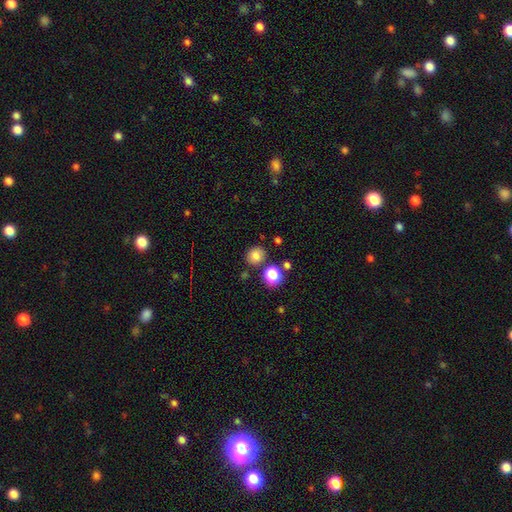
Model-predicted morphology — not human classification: Smooth or featured?
  - smooth: 79% *
  - star or artifact: 14%
  - featured or disk: 7%
How rounded?
  - round: 81% *
  - in between: 18%
  - cigar-shaped: 1%
Merging?
  - none: 82% *
  - minor disturbance: 8%
  - merger: 7%
  - major disturbance: 3%